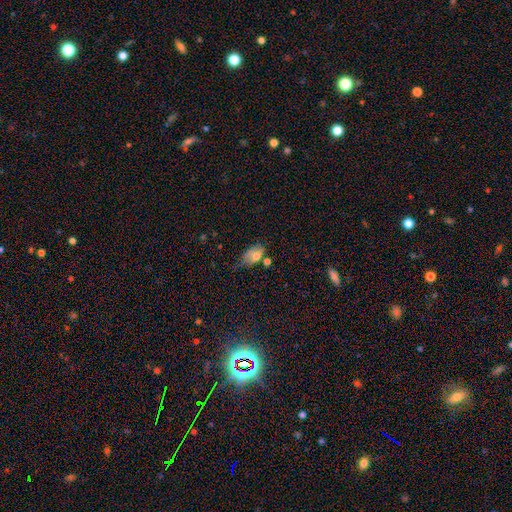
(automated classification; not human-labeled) A smooth galaxy with no disk features (68%) that is in between round and cigar-shaped (89%). Merging: none (43%).